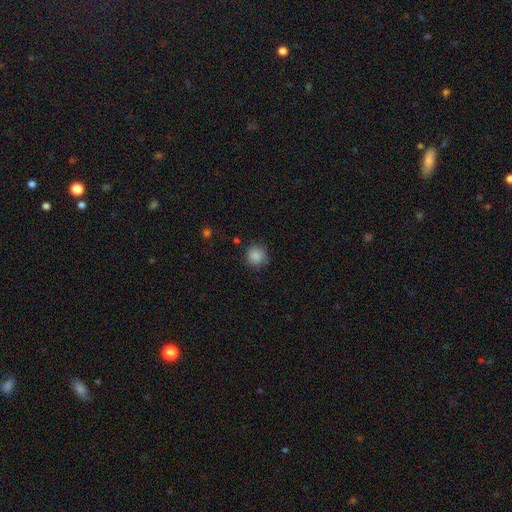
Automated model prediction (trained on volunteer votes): Smooth or featured: smooth — 86% (star or artifact — 10%)
How rounded: round — 91% (in between — 8%)
Merging: none — 78% (minor disturbance — 17%)